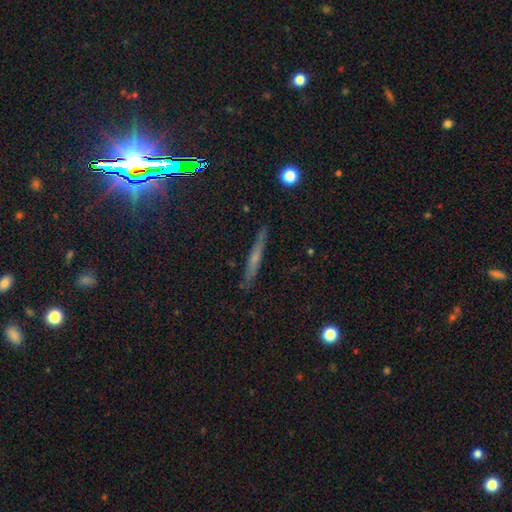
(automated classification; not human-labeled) smooth-or-featured: featured or disk: 49% | smooth: 39% | star or artifact: 12%
  merging: none: 88% | minor disturbance: 9% | major disturbance: 2% | merger: 1%